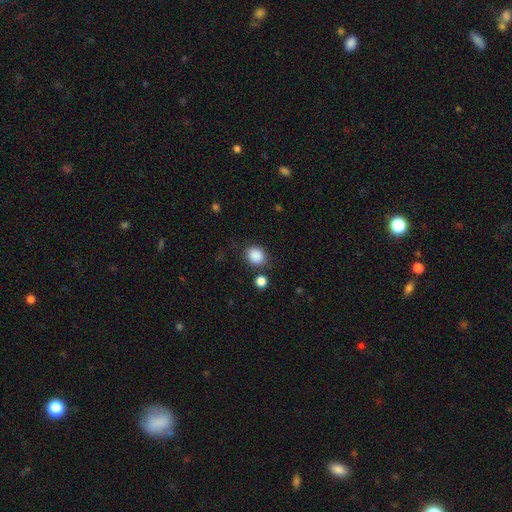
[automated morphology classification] Smooth or featured? Predicted: smooth (p=0.88). How rounded? Predicted: round (p=0.71). Merging? Predicted: none (p=0.79).